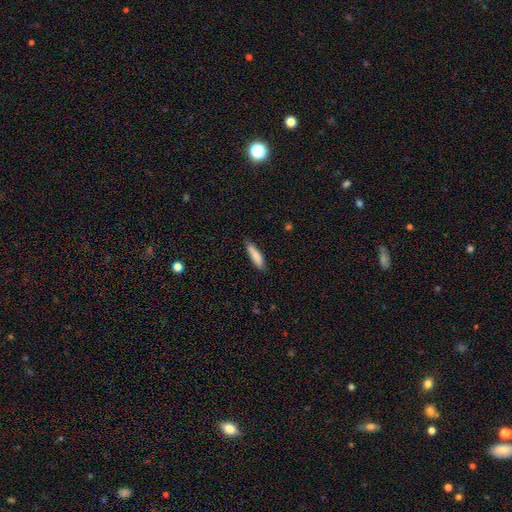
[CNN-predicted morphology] A smooth galaxy with no disk features (85%) that is cigar-shaped (71%).

Vote fractions:
- Smooth or featured? smooth: 85% / featured or disk: 9% / star or artifact: 6%
- How rounded? cigar-shaped: 71% / in between: 28% / round: 1%
- Merging? none: 80% / minor disturbance: 16% / major disturbance: 3% / merger: 1%